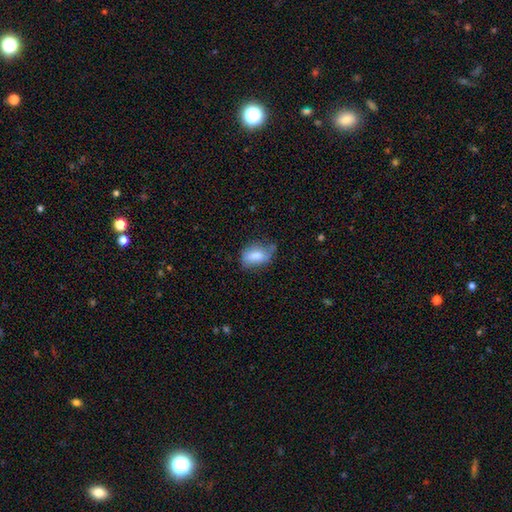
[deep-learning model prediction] The model was most divided on "merging": none: 50%, minor disturbance: 36%, major disturbance: 11%, merger: 4%. More confident: how rounded — in between (88%); smooth or featured — smooth (77%).